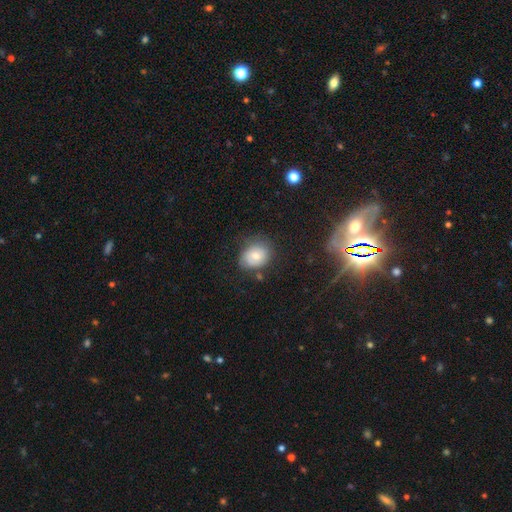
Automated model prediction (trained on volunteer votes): Overall: smooth (68%). How rounded: in between (51%; round 48%). Merging: none (67%).